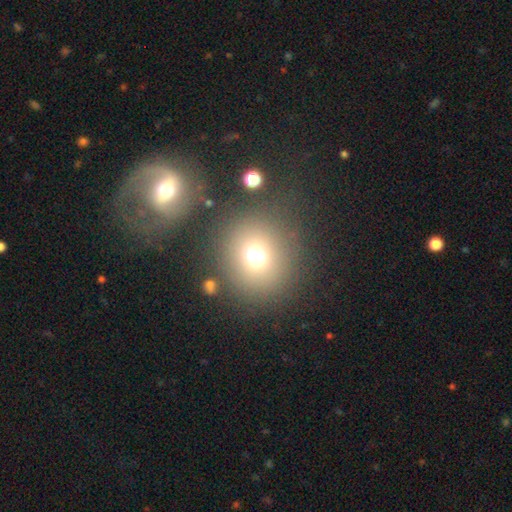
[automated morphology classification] smooth_or_featured: smooth (p=0.69) [alt: star or artifact p=0.22]
how_rounded: round (p=0.88) [alt: in between p=0.11]
merging: none (p=0.79) [alt: minor disturbance p=0.08]